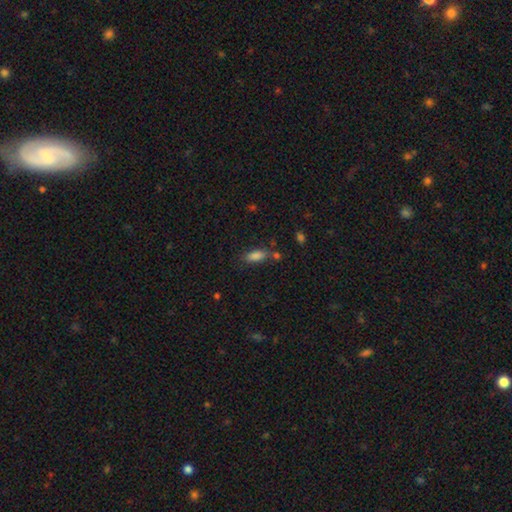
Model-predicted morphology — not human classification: smooth 83%, star or artifact 10%, featured or disk 7%. Down the decision tree: how rounded — in between (74%); merging — none (62%).